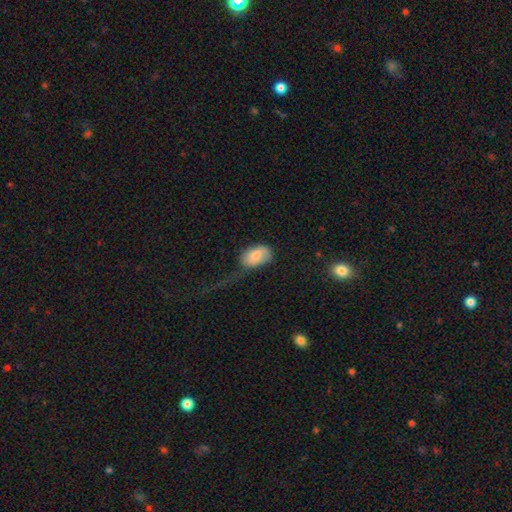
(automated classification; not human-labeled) A smooth galaxy with no disk features (81%) that is in between round and cigar-shaped (92%). Merging: none (35%).